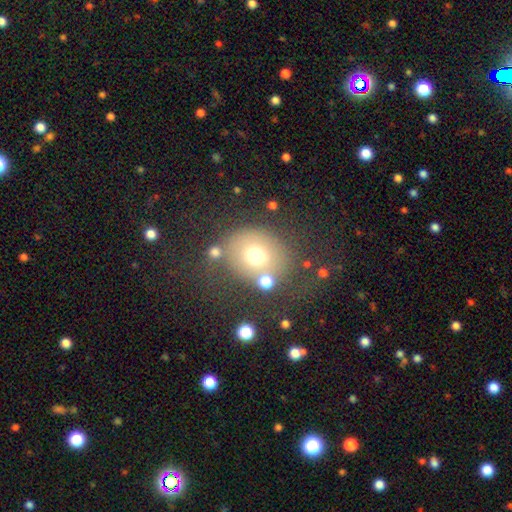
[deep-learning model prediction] This appears to be a smooth galaxy with no disk features (67%) that is round (77%). Merging: none (65%).